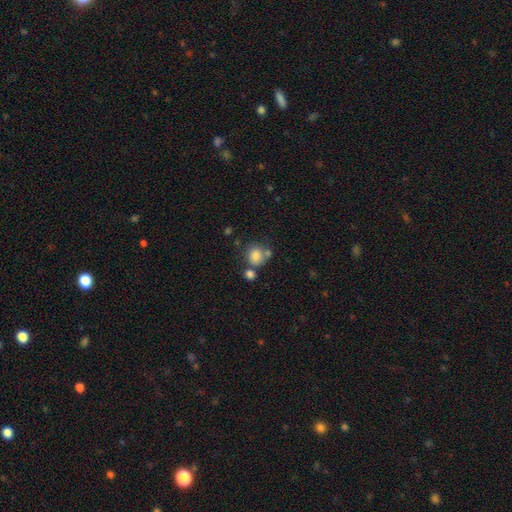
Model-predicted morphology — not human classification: This is clearly a smooth galaxy (81%). How rounded: likely round (70%). Merging: possibly none (48%).